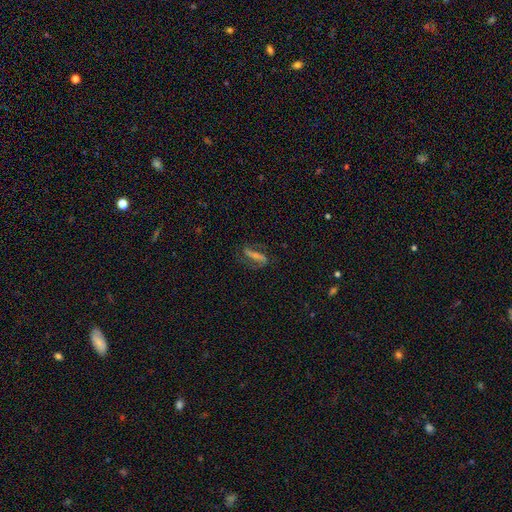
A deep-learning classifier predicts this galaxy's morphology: featured or disk 67%, smooth 19%, star or artifact 14%. Down the decision tree: edge-on disk — no (84%); bar — strong (56%); spiral arms — yes (86%); bulge size — small (49%); merging — none (75%).